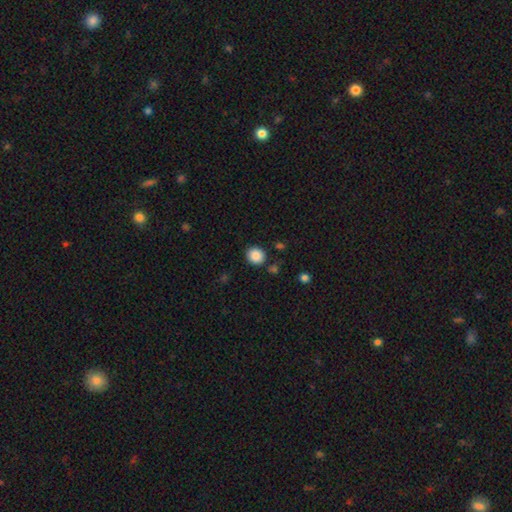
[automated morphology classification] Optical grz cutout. It shows a smooth galaxy with no disk features (87%) that is round (84%). Merging: none (86%).